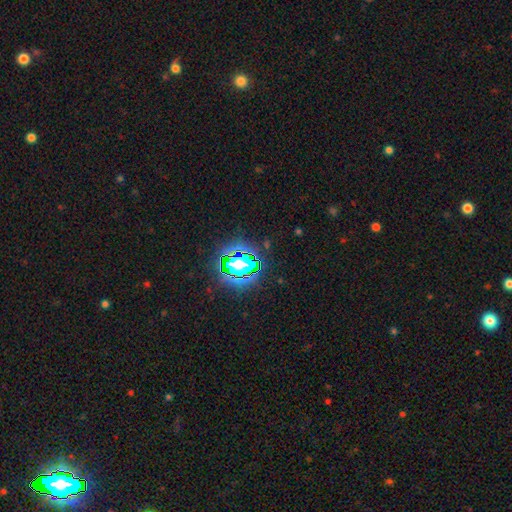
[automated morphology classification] Q: Smooth or featured?
A: star or artifact (82%); runner-up: smooth (11%)